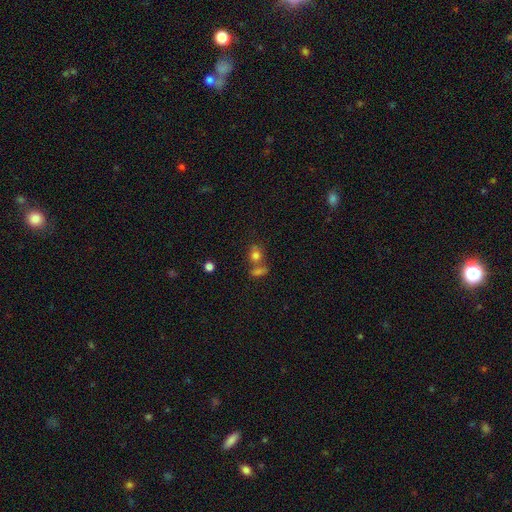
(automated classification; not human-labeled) Smooth or featured? Predicted: smooth (p=0.74). How rounded? Predicted: round (p=0.60). Merging? Predicted: none (p=0.42).